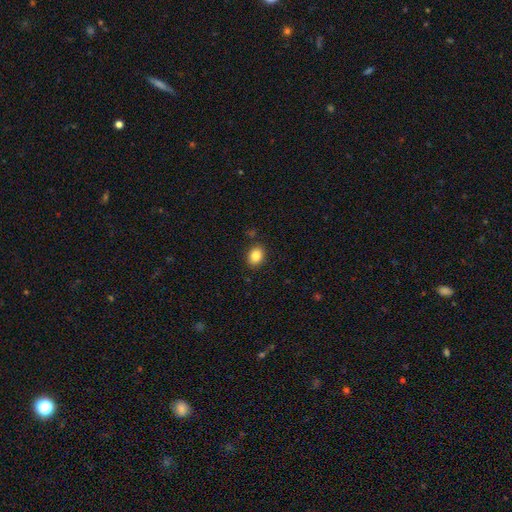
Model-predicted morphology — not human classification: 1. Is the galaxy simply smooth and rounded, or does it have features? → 85% smooth, 9% star or artifact, 5% featured or disk.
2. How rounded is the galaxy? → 60% in between, 39% round, 1% cigar-shaped.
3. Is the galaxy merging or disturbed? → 87% none, 9% minor disturbance, 2% major disturbance, 2% merger.